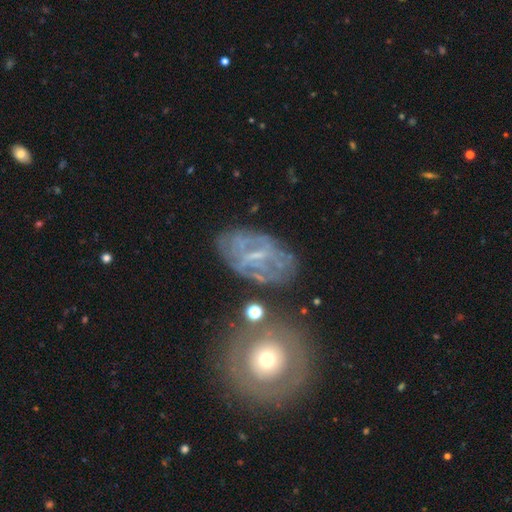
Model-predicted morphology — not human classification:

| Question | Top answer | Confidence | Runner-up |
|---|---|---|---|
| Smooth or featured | featured or disk | 72% | smooth (18%) |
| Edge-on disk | no | 94% | yes (6%) |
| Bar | weak | 45% | strong (28%) |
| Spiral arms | yes | 64% | no (36%) |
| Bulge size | small | 65% | none (18%) |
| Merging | none | 65% | minor disturbance (19%) |